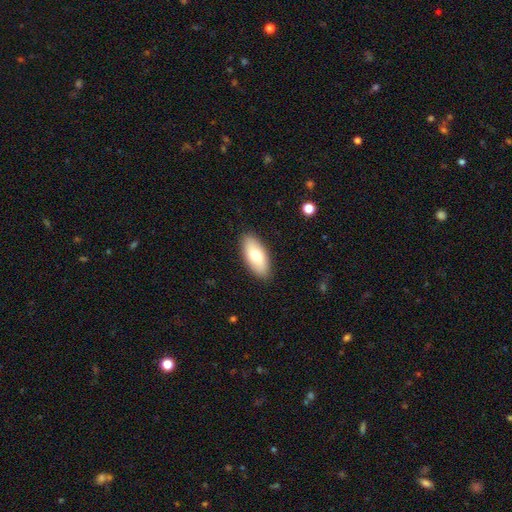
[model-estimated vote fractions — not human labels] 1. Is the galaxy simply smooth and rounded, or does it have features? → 72% smooth, 22% featured or disk, 6% star or artifact.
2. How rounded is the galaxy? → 89% in between, 9% cigar-shaped, 2% round.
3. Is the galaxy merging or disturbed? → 89% none, 8% minor disturbance, 2% major disturbance, 1% merger.